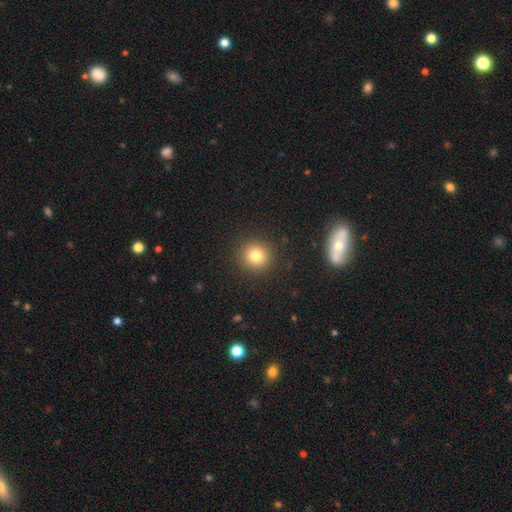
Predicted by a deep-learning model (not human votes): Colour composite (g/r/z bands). It shows a smooth galaxy with no disk features (80%) that is round (92%). Merging: none (91%).